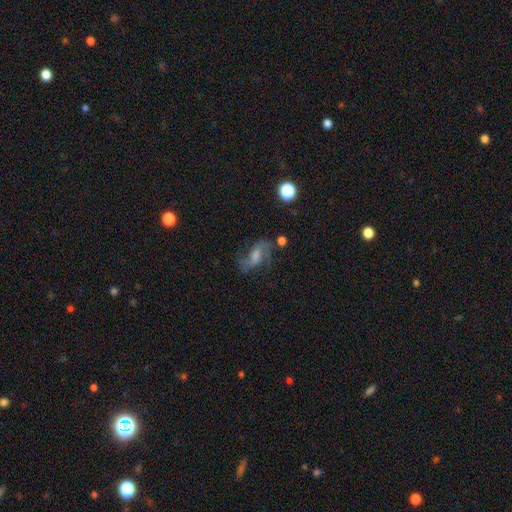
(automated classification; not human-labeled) A featured or disk galaxy (70%) with a weak bar (48%), 2 (84%) loose (58%) spiral arms (90%) and a moderate central bulge (39%).

Vote fractions:
- Smooth or featured? featured or disk: 70% / smooth: 19% / star or artifact: 12%
- Edge-on disk? no: 93% / yes: 7%
- Bar? weak: 48% / no: 31% / strong: 21%
- Spiral arms? yes: 90% / no: 10%
- Spiral winding? loose: 58% / medium: 33% / tight: 9%
- Spiral arm count? 2: 84% / can't tell: 7% / 1: 3% / 3: 3% / 4: 1% / more than 4: 1%
- Bulge size? moderate: 39% / small: 29% / none: 18% / large: 13% / dominant: 2%
- Merging? none: 59% / minor disturbance: 19% / major disturbance: 17% / merger: 5%